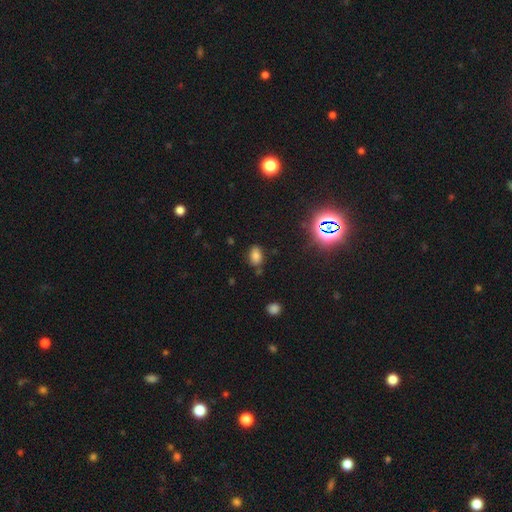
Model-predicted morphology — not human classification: This appears to be a smooth galaxy with no disk features (74%) that is in between round and cigar-shaped (85%). Merging: none (79%).